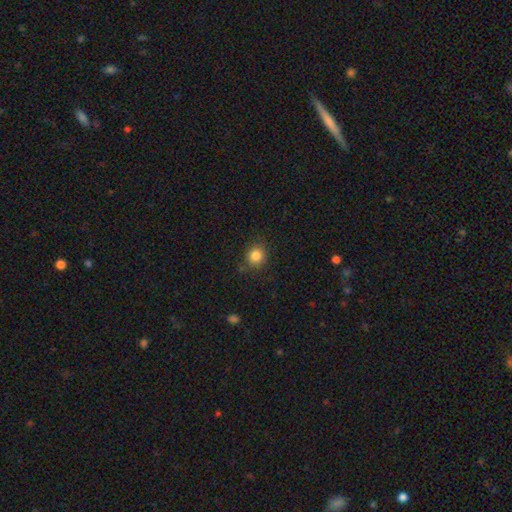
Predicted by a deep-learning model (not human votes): smooth_or_featured: smooth (p=0.83) [alt: star or artifact p=0.11]
how_rounded: round (p=0.87) [alt: in between p=0.13]
merging: none (p=0.82) [alt: minor disturbance p=0.13]